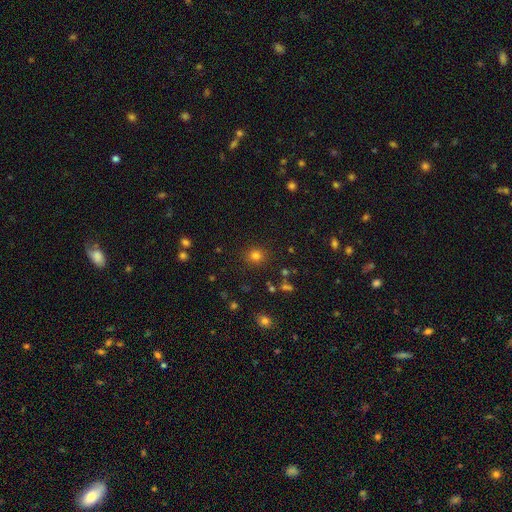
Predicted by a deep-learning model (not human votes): A smooth galaxy with no disk features (78%) that is round (84%).

Vote fractions:
- Smooth or featured? smooth: 78% / star or artifact: 17% / featured or disk: 6%
- How rounded? round: 84% / in between: 15% / cigar-shaped: 1%
- Merging? none: 87% / minor disturbance: 8% / major disturbance: 3% / merger: 2%